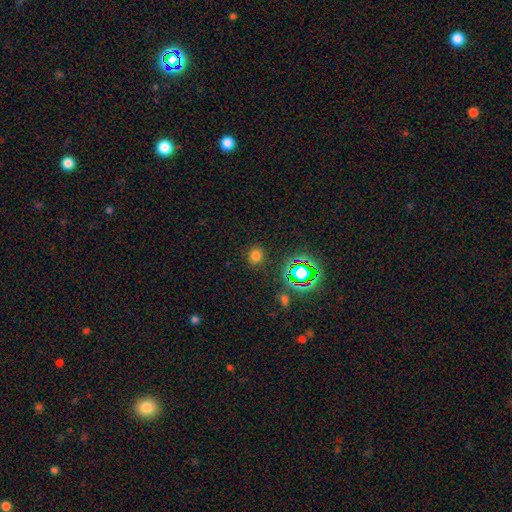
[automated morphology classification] The model was most divided on "smooth or featured": smooth: 70%, star or artifact: 24%, featured or disk: 6%. More confident: merging — none (86%); how rounded — round (80%).